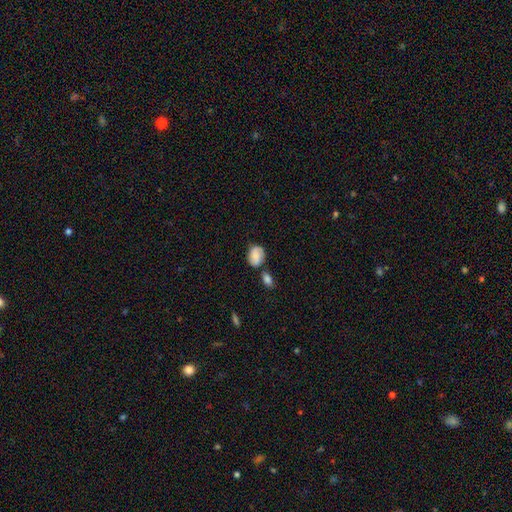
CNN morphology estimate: Smooth or featured: smooth — 69% (featured or disk — 22%)
How rounded: in between — 71% (round — 27%)
Merging: none — 53% (minor disturbance — 21%)